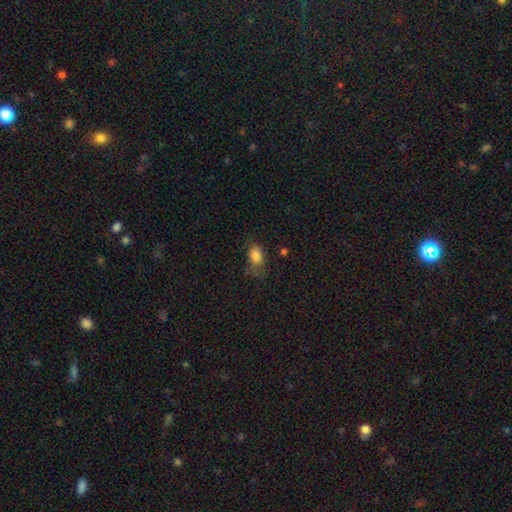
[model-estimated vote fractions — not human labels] Smooth or featured: smooth — 81% (star or artifact — 11%)
How rounded: in between — 84% (round — 13%)
Merging: none — 51% (minor disturbance — 30%)